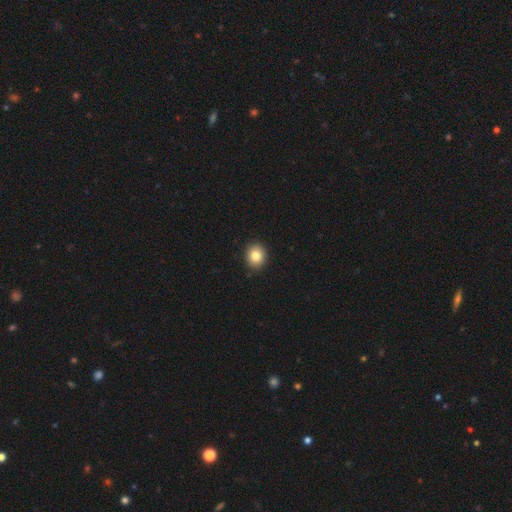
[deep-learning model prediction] A smooth galaxy with no disk features (83%) that is round (72%).

Vote fractions:
- Smooth or featured? smooth: 83% / star or artifact: 10% / featured or disk: 8%
- How rounded? round: 72% / in between: 27% / cigar-shaped: 1%
- Merging? none: 92% / minor disturbance: 6% / major disturbance: 2% / merger: 1%